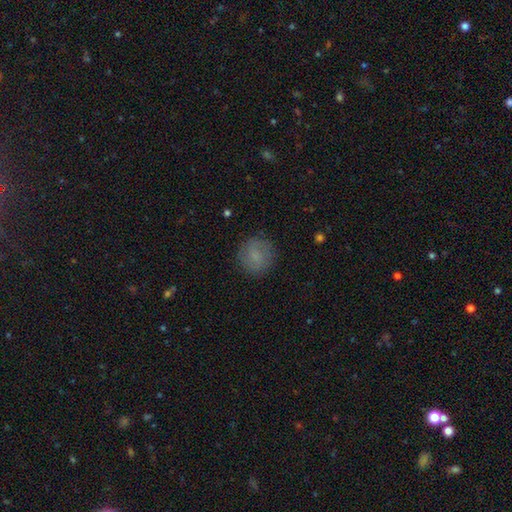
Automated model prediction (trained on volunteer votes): Q: Smooth or featured?
A: smooth (75%); runner-up: featured or disk (16%)
Q: How rounded?
A: round (90%); runner-up: in between (9%)
Q: Merging?
A: none (85%); runner-up: minor disturbance (10%)